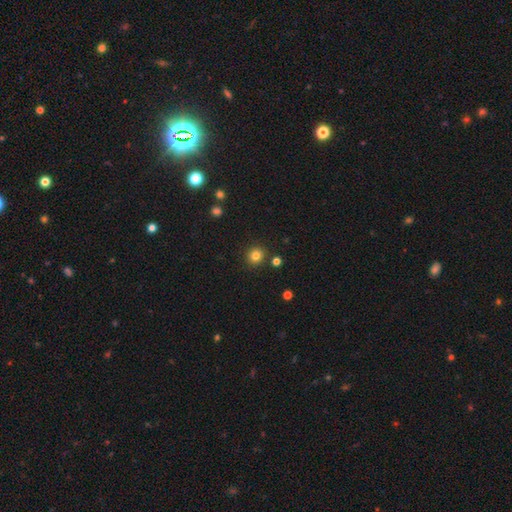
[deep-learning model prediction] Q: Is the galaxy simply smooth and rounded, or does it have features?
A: smooth — 82%.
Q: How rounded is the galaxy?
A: round — 89%.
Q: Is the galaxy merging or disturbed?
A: none — 88%.